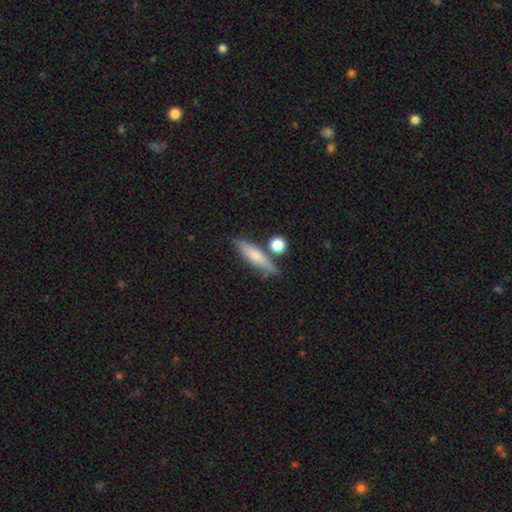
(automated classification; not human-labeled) Smooth or featured? smooth (65%)
How rounded? cigar-shaped (73%)
Merging? none (73%)